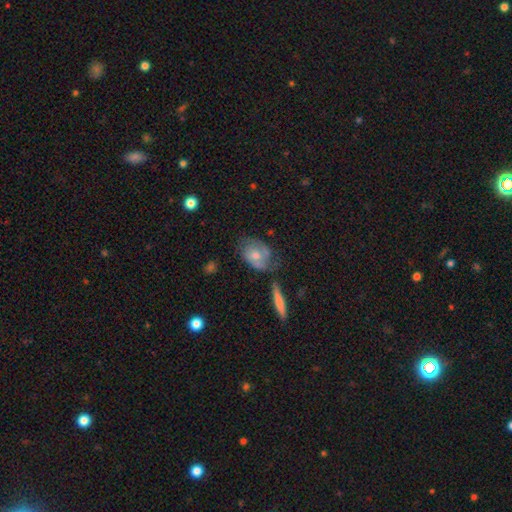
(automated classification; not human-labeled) smooth-or-featured: featured or disk: 56% | smooth: 35% | star or artifact: 9%
  disk-edge-on: no: 90% | yes: 10%
    bar: no: 74% | weak: 22% | strong: 5%
    has-spiral-arms: yes: 75% | no: 25%
    bulge-size: moderate: 58% | small: 34% | large: 4% | none: 3% | dominant: 1%
  merging: none: 53% | minor disturbance: 24% | major disturbance: 13% | merger: 10%